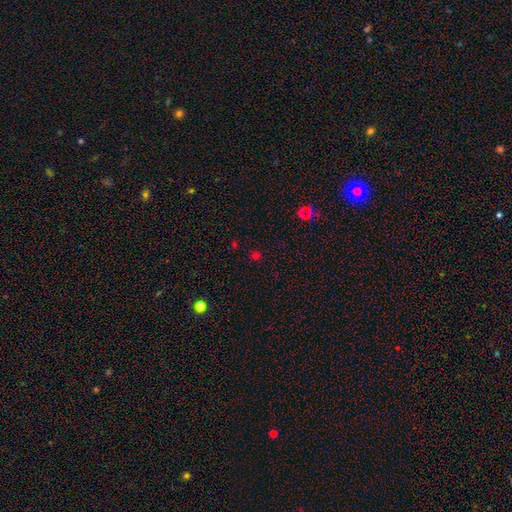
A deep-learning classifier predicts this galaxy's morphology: Smooth or featured: smooth — 56% (star or artifact — 38%)
How rounded: round — 88% (in between — 11%)
Merging: none — 84% (minor disturbance — 8%)